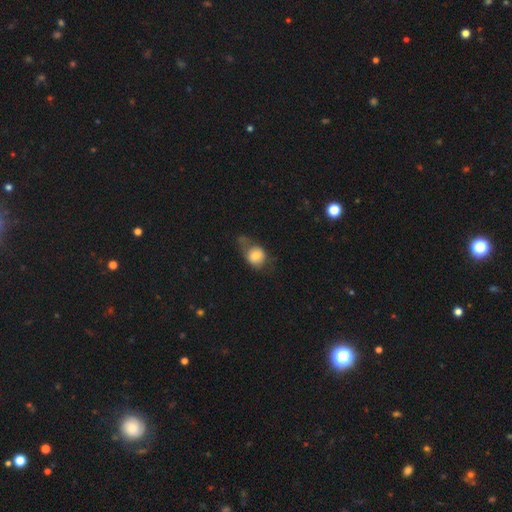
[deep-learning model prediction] smooth_or_featured: smooth (p=0.74) [alt: featured or disk p=0.17]
how_rounded: round (p=0.60) [alt: in between p=0.39]
merging: none (p=0.36) [alt: minor disturbance p=0.31]